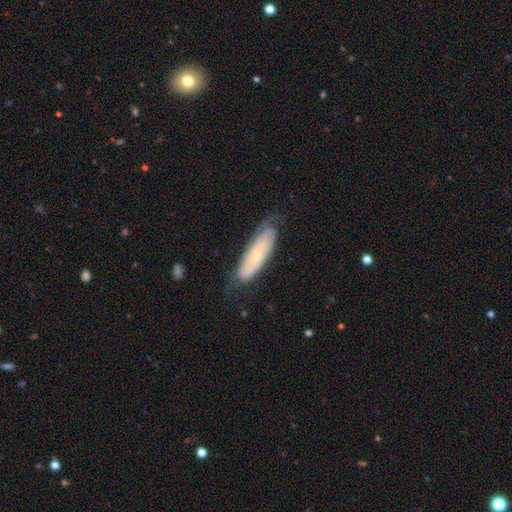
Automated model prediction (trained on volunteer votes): This is possibly a featured or disk galaxy (52%). It is likely not viewed edge-on (74%). Merging: likely none (65%).